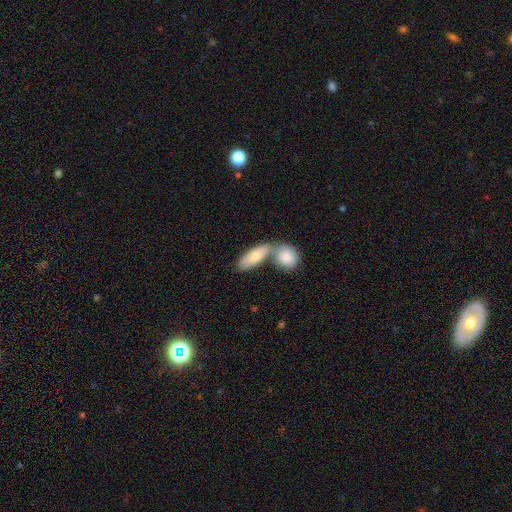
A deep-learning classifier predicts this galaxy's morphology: A smooth galaxy with no disk features (75%) that is in between round and cigar-shaped (70%).

Vote fractions:
- Smooth or featured? smooth: 75% / featured or disk: 19% / star or artifact: 6%
- How rounded? in between: 70% / cigar-shaped: 25% / round: 5%
- Merging? merger: 55% / none: 34% / minor disturbance: 8% / major disturbance: 3%